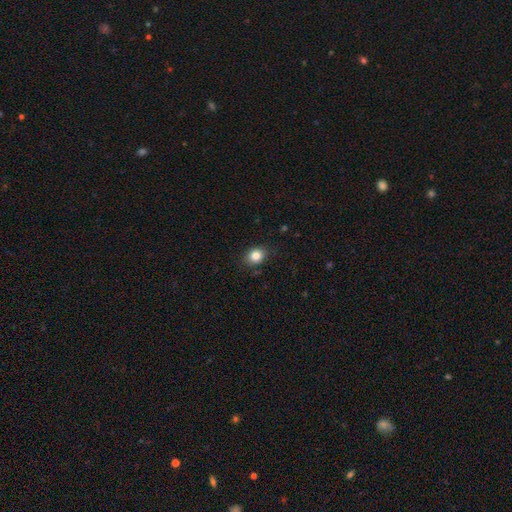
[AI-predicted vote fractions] smooth 84%, star or artifact 10%, featured or disk 6%. Down the decision tree: how rounded — in between (51%); merging — none (85%).